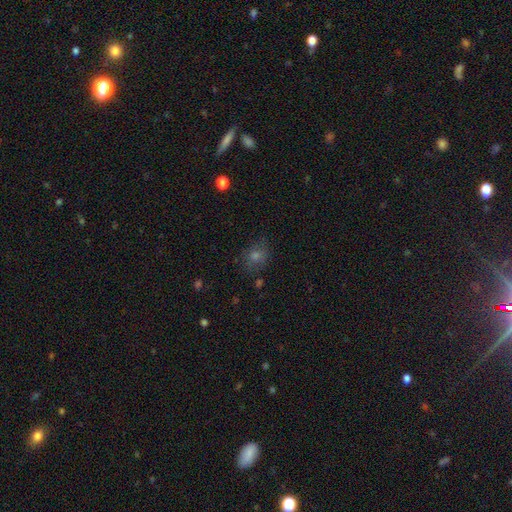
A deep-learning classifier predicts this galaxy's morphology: smooth 55%, star or artifact 30%, featured or disk 16%. Down the decision tree: how rounded — round (71%); merging — none (79%).